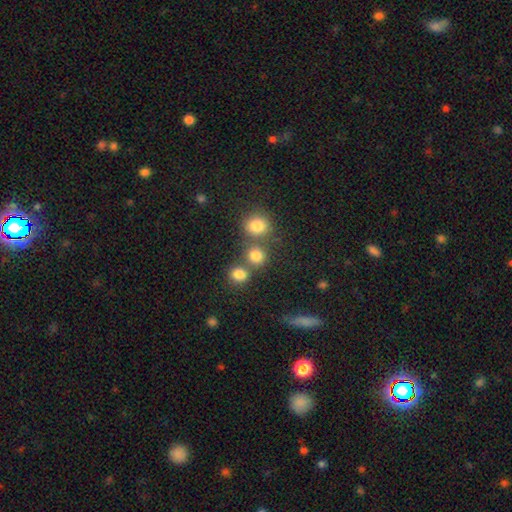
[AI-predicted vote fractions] Q: Smooth or featured?
A: smooth (79%); runner-up: star or artifact (15%)
Q: How rounded?
A: round (83%); runner-up: in between (15%)
Q: Merging?
A: none (59%); runner-up: merger (29%)